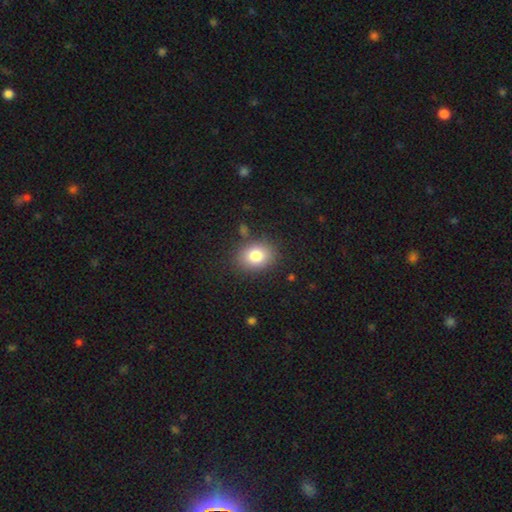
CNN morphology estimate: Overall: smooth (82%). How rounded: in between (54%; round 45%). Merging: none (82%).